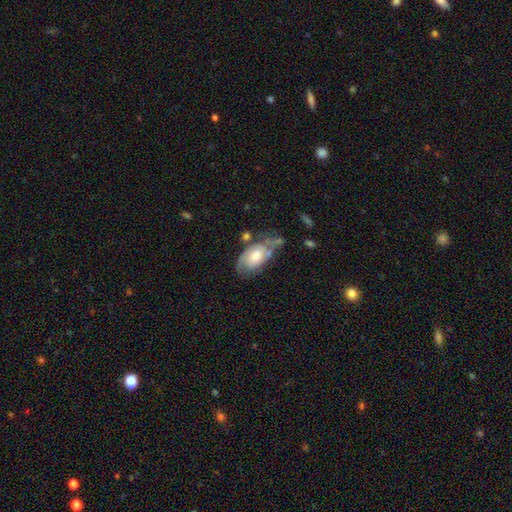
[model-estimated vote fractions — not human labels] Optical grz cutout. It shows a featured or disk galaxy (60%) with no bar (73%), spiral arms (76%) and a moderate central bulge (49%). Merging: none (44%).